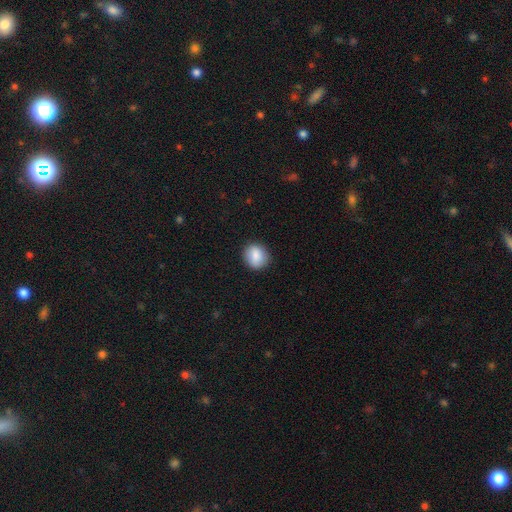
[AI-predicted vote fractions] A smooth galaxy with no disk features (86%) that is round (82%).

Vote fractions:
- Smooth or featured? smooth: 86% / star or artifact: 8% / featured or disk: 7%
- How rounded? round: 82% / in between: 17% / cigar-shaped: 1%
- Merging? none: 88% / minor disturbance: 9% / major disturbance: 2% / merger: 1%